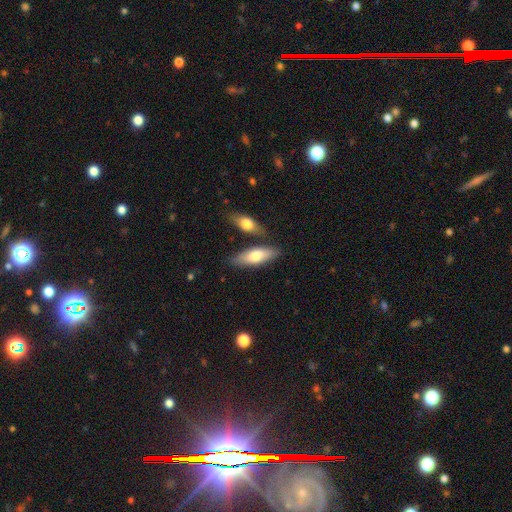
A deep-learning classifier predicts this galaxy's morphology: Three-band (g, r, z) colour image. It shows a smooth galaxy with no disk features (69%) that is in between round and cigar-shaped (62%). Merging: none (72%).